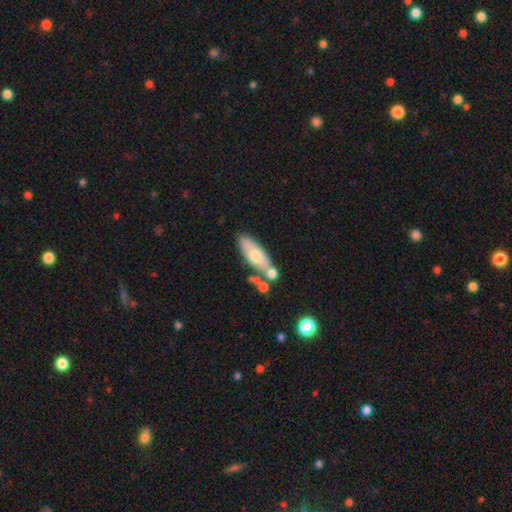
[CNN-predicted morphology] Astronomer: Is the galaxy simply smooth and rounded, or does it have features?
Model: smooth — 56% (runner-up: featured or disk, 38%).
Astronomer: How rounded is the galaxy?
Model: in between — 68%.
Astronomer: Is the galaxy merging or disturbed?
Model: none — 58%.